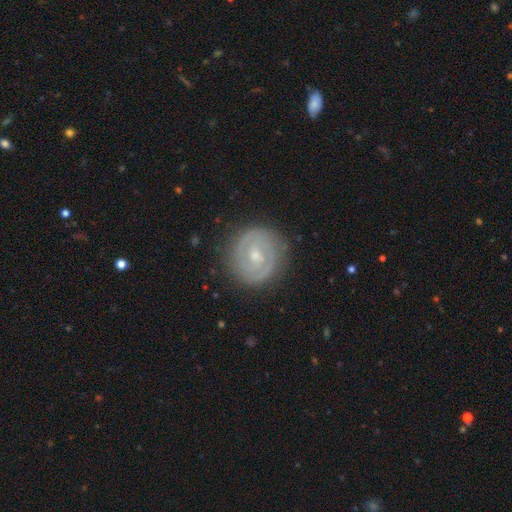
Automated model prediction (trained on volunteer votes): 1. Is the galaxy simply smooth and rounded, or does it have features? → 80% featured or disk, 14% smooth, 5% star or artifact.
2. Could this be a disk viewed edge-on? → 97% no, 3% yes.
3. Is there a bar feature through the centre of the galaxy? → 46% no, 40% weak, 13% strong.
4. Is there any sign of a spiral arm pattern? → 86% yes, 14% no.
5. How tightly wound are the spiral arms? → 73% tight, 22% medium, 5% loose.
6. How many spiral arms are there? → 77% 2, 12% can't tell, 4% 3, 3% 1, 2% 4, 2% more than 4.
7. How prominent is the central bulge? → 48% small, 47% moderate, 2% large, 2% none, 1% dominant.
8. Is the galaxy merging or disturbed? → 86% none, 10% minor disturbance, 3% major disturbance, 1% merger.